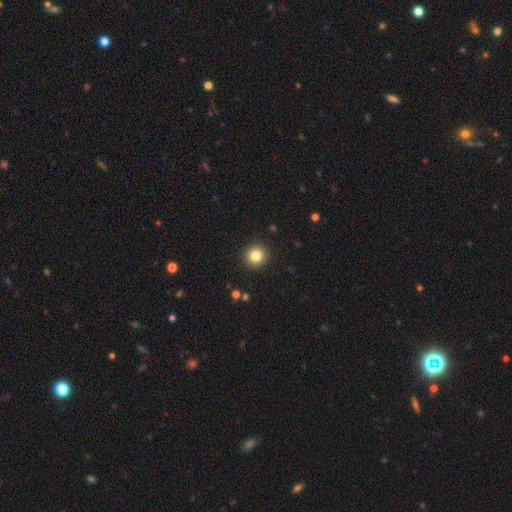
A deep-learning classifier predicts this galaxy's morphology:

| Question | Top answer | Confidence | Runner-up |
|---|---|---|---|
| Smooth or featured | smooth | 83% | star or artifact (11%) |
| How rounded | round | 93% | in between (6%) |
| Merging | none | 92% | minor disturbance (5%) |